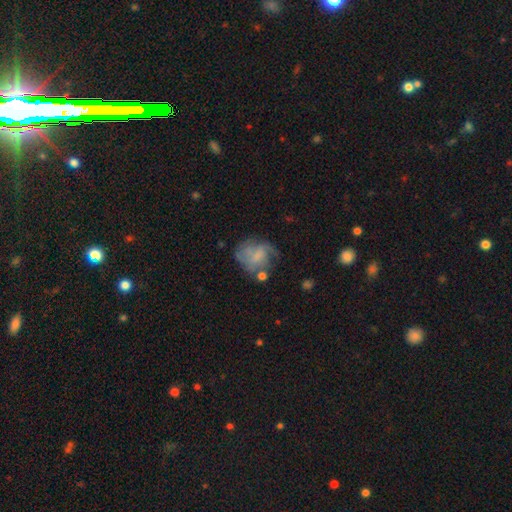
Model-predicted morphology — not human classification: Smooth or featured?
  - featured or disk: 49% *
  - smooth: 41%
  - star or artifact: 10%
Merging?
  - none: 43% *
  - minor disturbance: 25%
  - major disturbance: 24%
  - merger: 7%